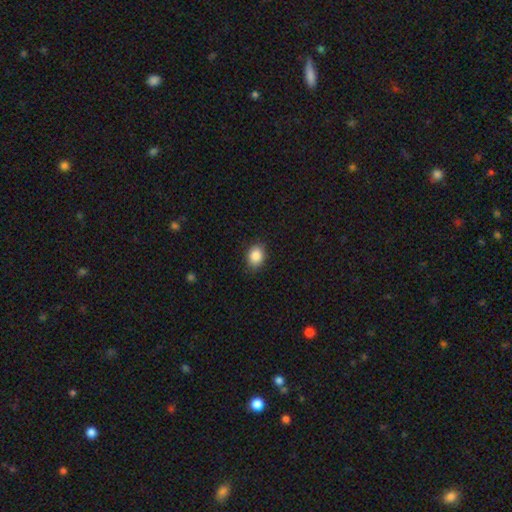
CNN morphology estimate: A smooth galaxy with no disk features (88%) that is in between round and cigar-shaped (65%). Merging: none (86%).